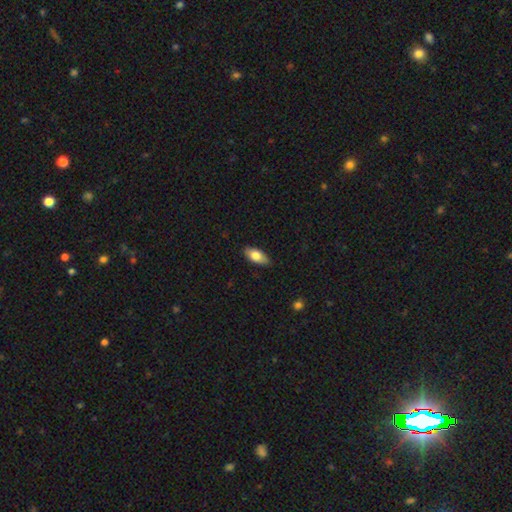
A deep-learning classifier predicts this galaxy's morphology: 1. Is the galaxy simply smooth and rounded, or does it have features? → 77% smooth, 17% featured or disk, 6% star or artifact.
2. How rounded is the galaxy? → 88% in between, 9% cigar-shaped, 3% round.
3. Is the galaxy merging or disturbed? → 86% none, 11% minor disturbance, 2% major disturbance, 1% merger.